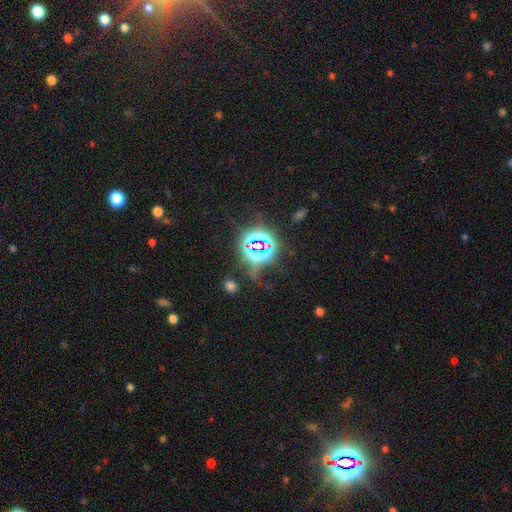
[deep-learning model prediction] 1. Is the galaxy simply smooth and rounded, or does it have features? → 81% star or artifact, 12% smooth, 8% featured or disk.